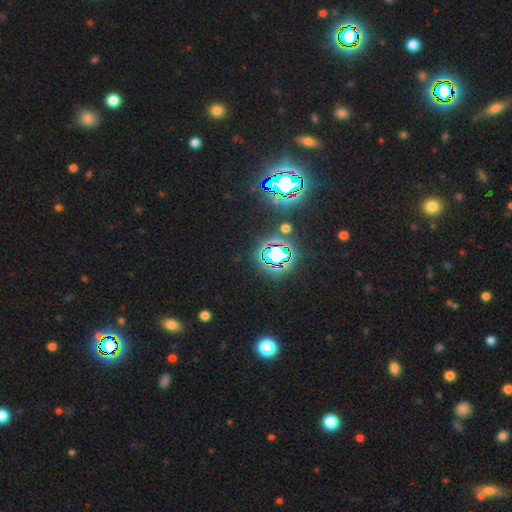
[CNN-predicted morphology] A star or artifact, not a galaxy (81%).